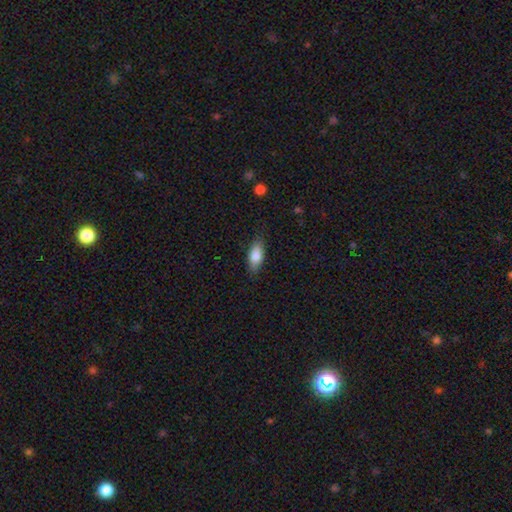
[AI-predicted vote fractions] Smooth or featured? smooth (82%)
How rounded? in between (81%)
Merging? none (82%)